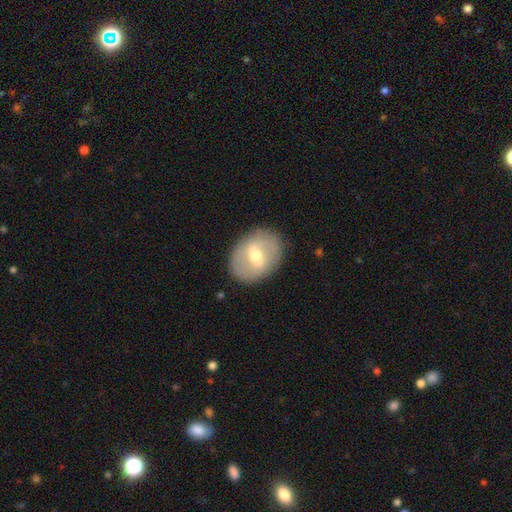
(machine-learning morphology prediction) Smooth or featured?
  - featured or disk: 52% *
  - smooth: 42%
  - star or artifact: 7%
Edge-on disk?
  - no: 93% *
  - yes: 7%
Merging?
  - none: 85% *
  - minor disturbance: 10%
  - major disturbance: 4%
  - merger: 1%